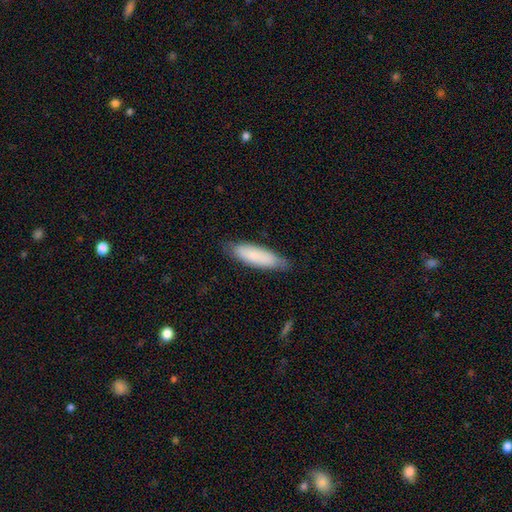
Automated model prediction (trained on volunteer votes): smooth 80%, featured or disk 14%, star or artifact 6%. Down the decision tree: how rounded — cigar-shaped (50%); merging — none (79%).